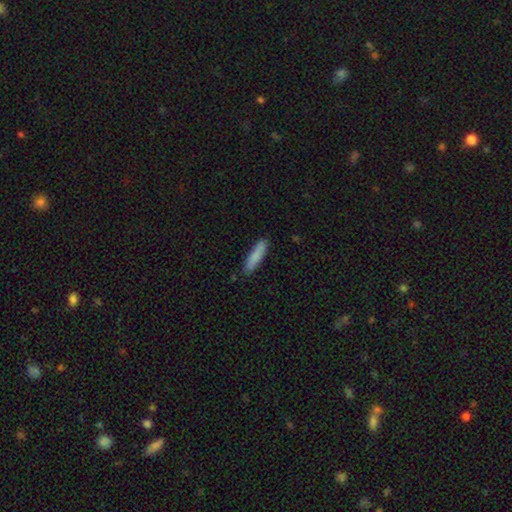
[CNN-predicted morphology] Smooth or featured?
  - smooth: 84% *
  - featured or disk: 10%
  - star or artifact: 6%
How rounded?
  - cigar-shaped: 80% *
  - in between: 19%
  - round: 1%
Merging?
  - none: 85% *
  - minor disturbance: 11%
  - major disturbance: 2%
  - merger: 2%